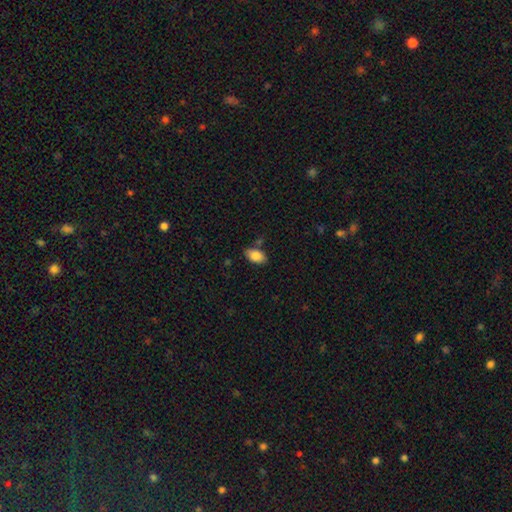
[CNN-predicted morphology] smooth_or_featured: smooth (p=0.84) [alt: featured or disk p=0.09]
how_rounded: in between (p=0.93) [alt: round p=0.05]
merging: none (p=0.77) [alt: minor disturbance p=0.15]